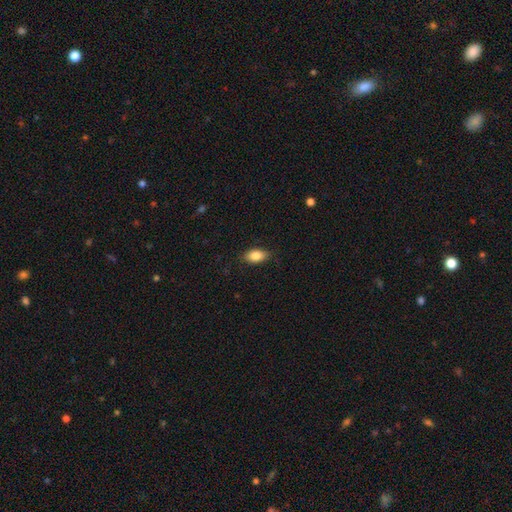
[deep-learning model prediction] This is clearly a smooth galaxy (85%). How rounded: clearly in between (90%). Merging: clearly none (84%).